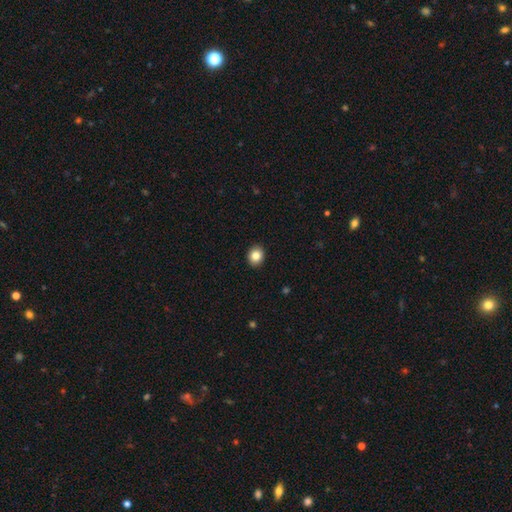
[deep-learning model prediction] smooth-or-featured: smooth: 84% | star or artifact: 9% | featured or disk: 7%
  how-rounded: round: 64% | in between: 35% | cigar-shaped: 1%
  merging: none: 92% | minor disturbance: 6% | major disturbance: 2% | merger: 1%